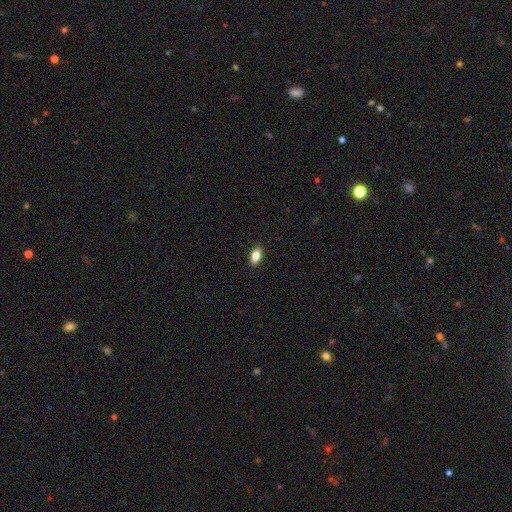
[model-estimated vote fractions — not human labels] Smooth or featured?
  - smooth: 82% *
  - featured or disk: 10%
  - star or artifact: 8%
How rounded?
  - in between: 89% *
  - cigar-shaped: 6%
  - round: 5%
Merging?
  - none: 90% *
  - minor disturbance: 8%
  - major disturbance: 2%
  - merger: 1%